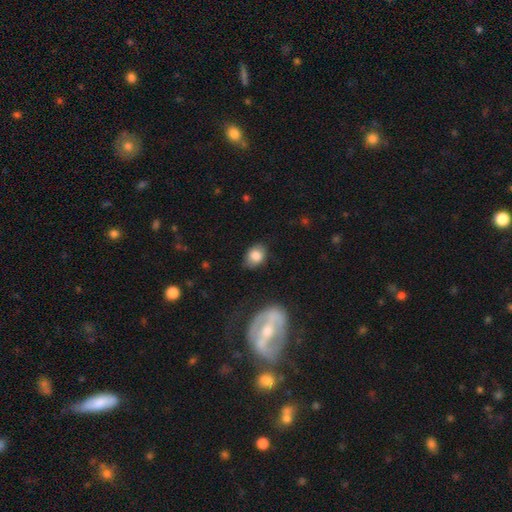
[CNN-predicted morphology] smooth_or_featured: smooth (p=0.81) [alt: featured or disk p=0.11]
how_rounded: in between (p=0.64) [alt: round p=0.35]
merging: none (p=0.73) [alt: minor disturbance p=0.21]